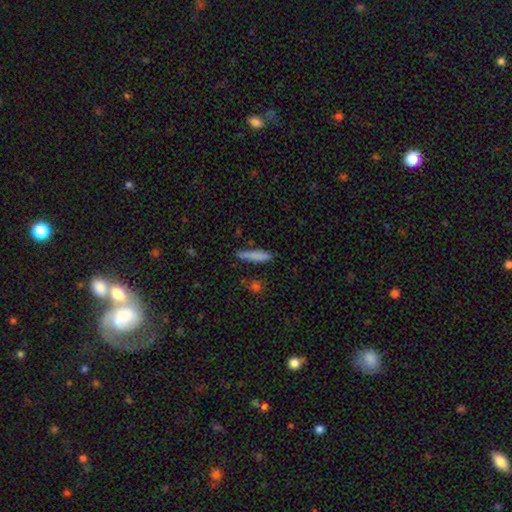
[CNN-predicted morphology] A smooth galaxy with no disk features (82%) that is cigar-shaped (87%). Merging: none (78%).